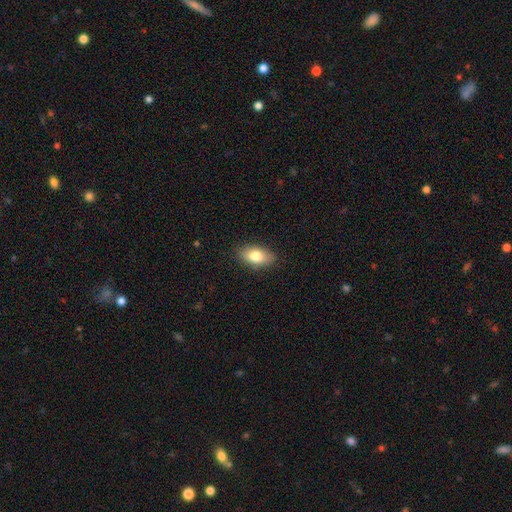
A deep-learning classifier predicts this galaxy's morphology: smooth_or_featured: smooth (p=0.79) [alt: featured or disk p=0.14]
how_rounded: in between (p=0.89) [alt: round p=0.07]
merging: none (p=0.87) [alt: minor disturbance p=0.10]